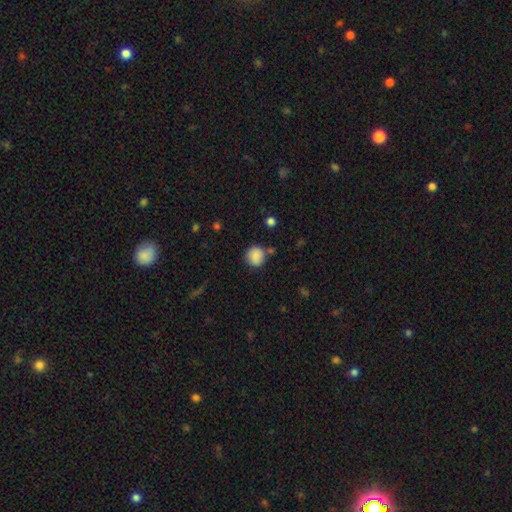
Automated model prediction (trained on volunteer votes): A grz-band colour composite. It shows a smooth galaxy with no disk features (87%) that is round (89%). Merging: none (79%).